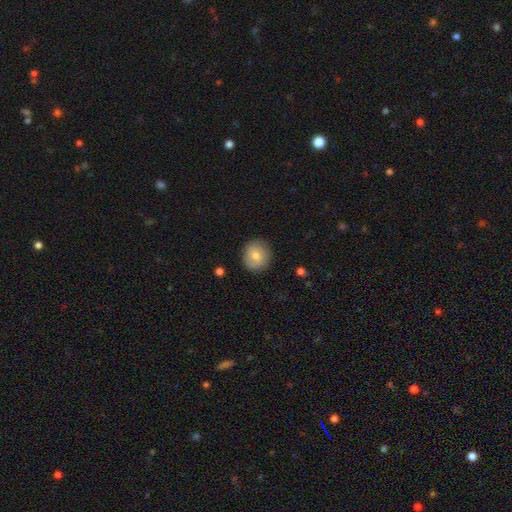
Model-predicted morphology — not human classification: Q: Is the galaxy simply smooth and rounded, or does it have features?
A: smooth — 73%.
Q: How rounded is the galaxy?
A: round — 83%.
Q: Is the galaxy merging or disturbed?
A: none — 83%.